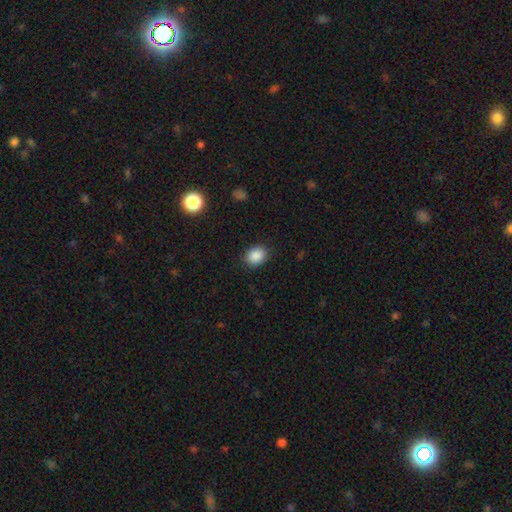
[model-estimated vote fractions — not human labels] smooth-or-featured: smooth: 88% | star or artifact: 9% | featured or disk: 3%
  how-rounded: in between: 50% | round: 49% | cigar-shaped: 1%
  merging: none: 87% | minor disturbance: 9% | major disturbance: 3% | merger: 1%